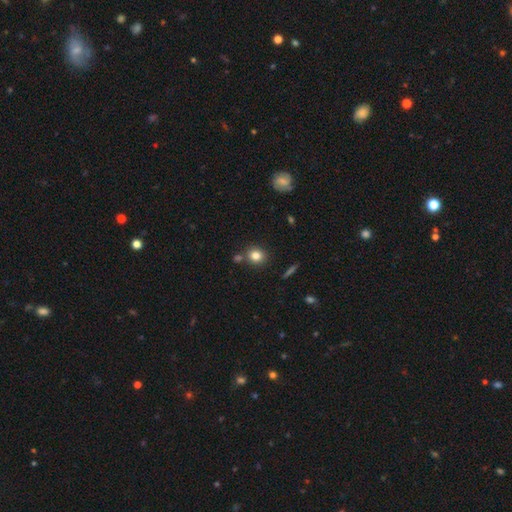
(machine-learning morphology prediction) smooth 80%, star or artifact 12%, featured or disk 8%. Down the decision tree: how rounded — round (83%); merging — none (77%).